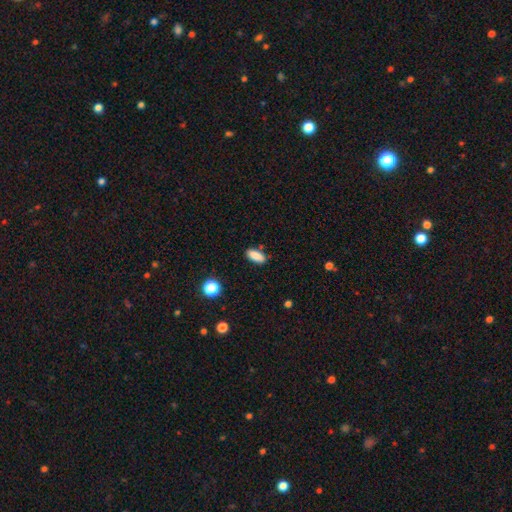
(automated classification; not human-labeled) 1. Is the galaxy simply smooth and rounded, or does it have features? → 87% smooth, 8% star or artifact, 5% featured or disk.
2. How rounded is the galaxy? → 81% in between, 16% cigar-shaped, 3% round.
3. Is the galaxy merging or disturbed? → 84% none, 11% minor disturbance, 3% merger, 2% major disturbance.